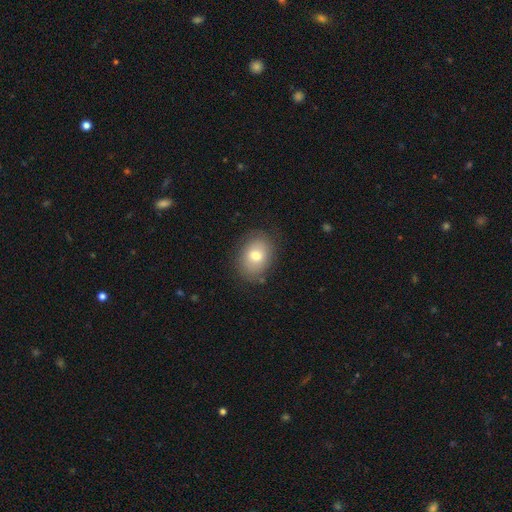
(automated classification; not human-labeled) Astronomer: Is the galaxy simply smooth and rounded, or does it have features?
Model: smooth — 75%.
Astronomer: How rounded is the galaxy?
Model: in between — 67%.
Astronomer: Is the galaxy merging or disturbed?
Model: none — 82%.